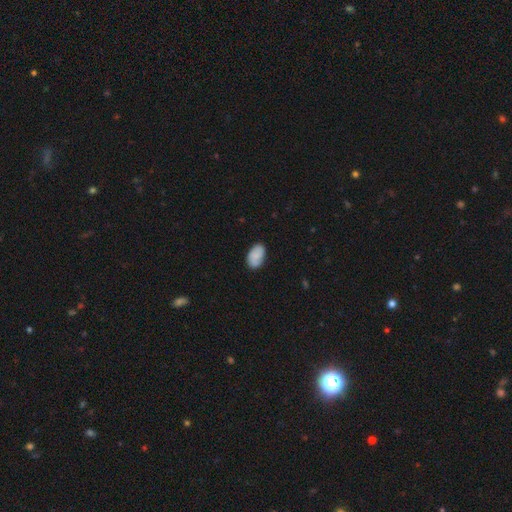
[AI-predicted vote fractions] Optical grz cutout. It shows a smooth galaxy with no disk features (81%) that is in between round and cigar-shaped (92%). Merging: none (76%).